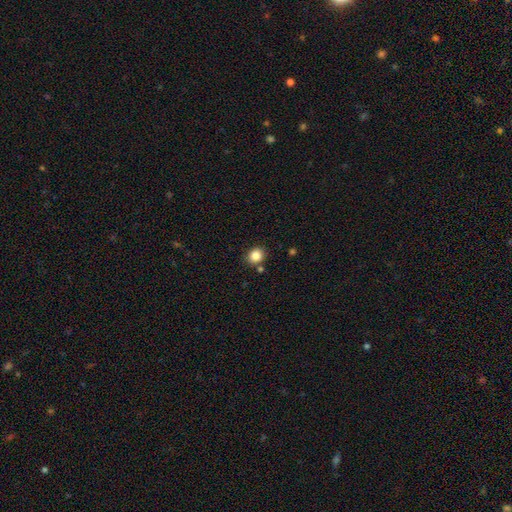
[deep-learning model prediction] A smooth galaxy with no disk features (85%) that is round (73%). Merging: none (83%).